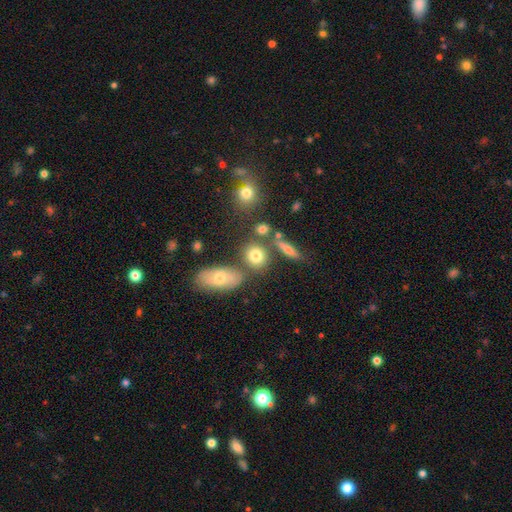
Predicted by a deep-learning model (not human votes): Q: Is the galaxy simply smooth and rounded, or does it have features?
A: smooth — 77%.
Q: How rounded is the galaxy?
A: round — 67%.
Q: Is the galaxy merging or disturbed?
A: none — 65%.